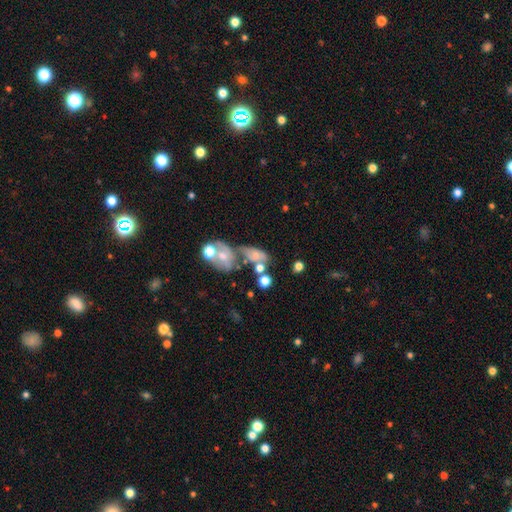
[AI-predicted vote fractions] Smooth or featured: smooth — 51% (featured or disk — 35%)
How rounded: in between — 74% (round — 21%)
Merging: merger — 49% (none — 21%)